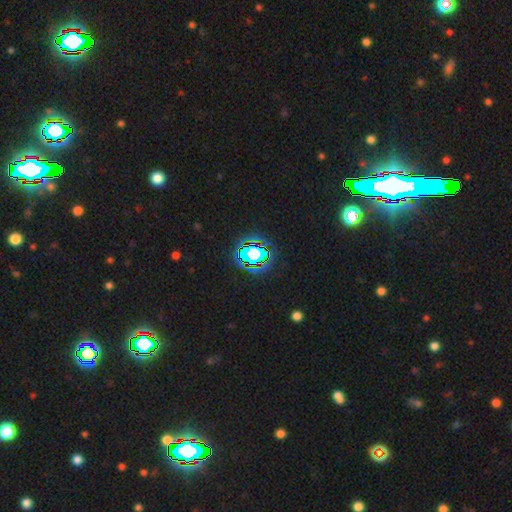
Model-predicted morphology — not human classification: This is likely a star or artifact rather than a galaxy (66%).